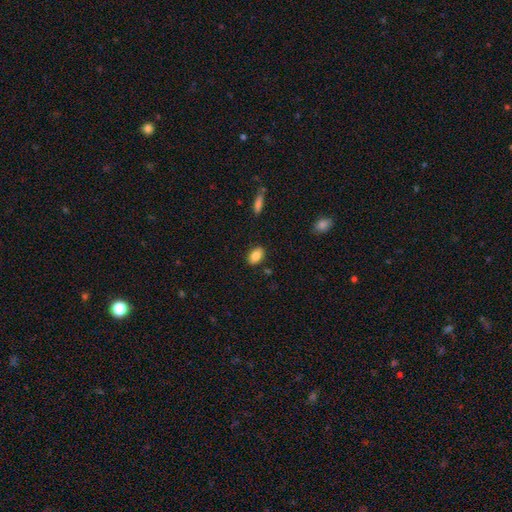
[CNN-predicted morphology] A smooth galaxy with no disk features (86%) that is in between round and cigar-shaped (88%). Merging: none (85%).